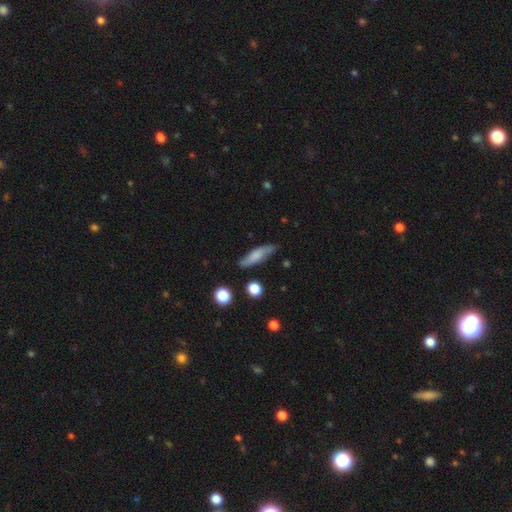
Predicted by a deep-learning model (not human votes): This appears to be a smooth galaxy with no disk features (66%) that is cigar-shaped (63%). Merging: none (76%).